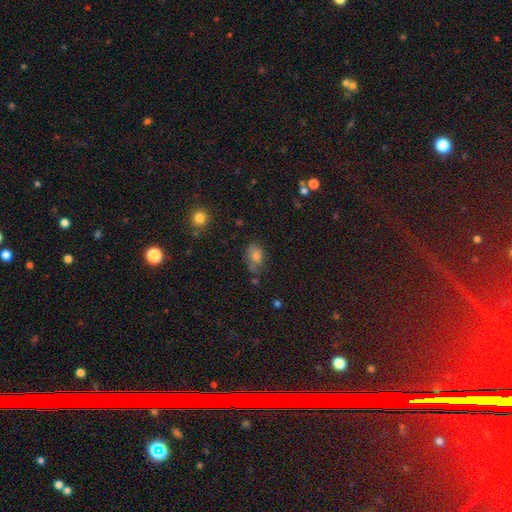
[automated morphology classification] smooth 67%, star or artifact 19%, featured or disk 14%. Down the decision tree: how rounded — in between (66%); merging — none (54%).